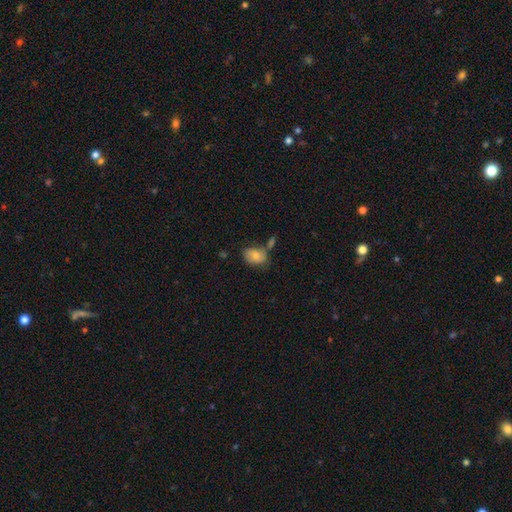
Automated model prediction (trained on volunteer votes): Smooth or featured: smooth — 73% (featured or disk — 19%)
How rounded: in between — 80% (round — 19%)
Merging: none — 49% (minor disturbance — 23%)